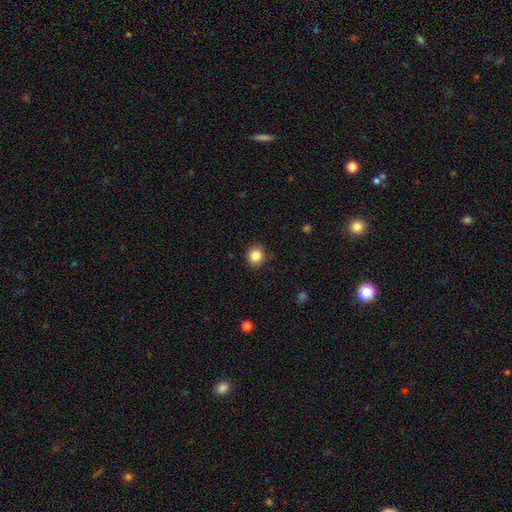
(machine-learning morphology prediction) A smooth galaxy with no disk features (84%) that is round (87%).

Vote fractions:
- Smooth or featured? smooth: 84% / star or artifact: 10% / featured or disk: 5%
- How rounded? round: 87% / in between: 12% / cigar-shaped: 1%
- Merging? none: 89% / minor disturbance: 8% / major disturbance: 2% / merger: 1%